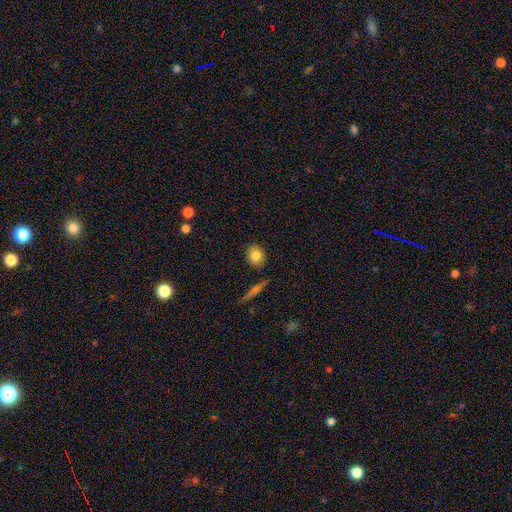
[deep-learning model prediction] smooth-or-featured: smooth: 81% | featured or disk: 10% | star or artifact: 9%
  how-rounded: round: 64% | in between: 33% | cigar-shaped: 2%
  merging: none: 85% | minor disturbance: 10% | merger: 3% | major disturbance: 2%